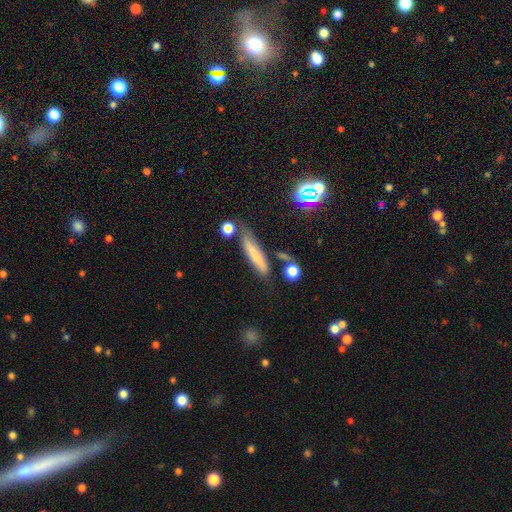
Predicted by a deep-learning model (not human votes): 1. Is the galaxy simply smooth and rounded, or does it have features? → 66% smooth, 24% featured or disk, 10% star or artifact.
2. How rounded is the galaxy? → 83% cigar-shaped, 14% in between, 3% round.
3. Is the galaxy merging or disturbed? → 67% none, 19% minor disturbance, 8% merger, 6% major disturbance.